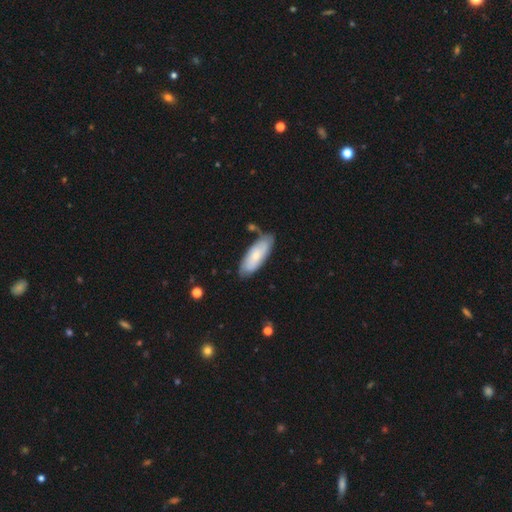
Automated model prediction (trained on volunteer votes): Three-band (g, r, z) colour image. It shows a smooth galaxy with no disk features (64%) that is in between round and cigar-shaped (70%). Merging: none (71%).